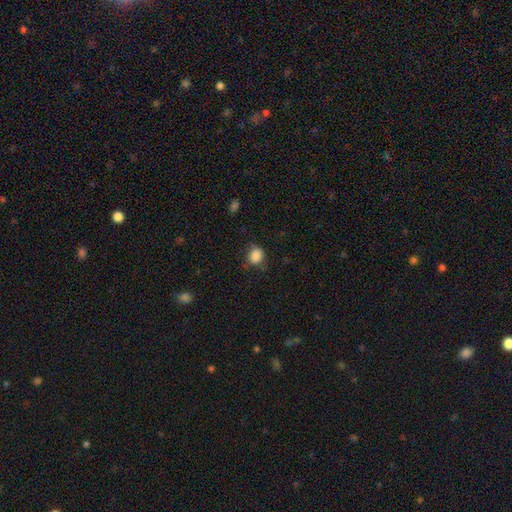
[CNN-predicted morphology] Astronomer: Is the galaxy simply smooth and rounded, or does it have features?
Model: smooth — 87%.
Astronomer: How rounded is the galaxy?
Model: round — 69%.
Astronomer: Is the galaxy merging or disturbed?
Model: none — 71%.